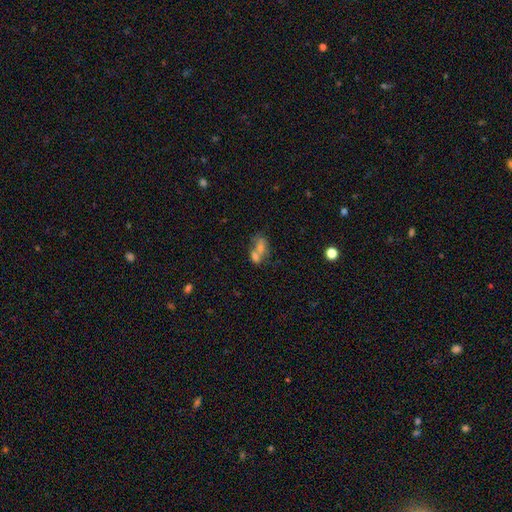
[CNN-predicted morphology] Overall: smooth (65%). How rounded: in between (76%). Merging: merger (67%).